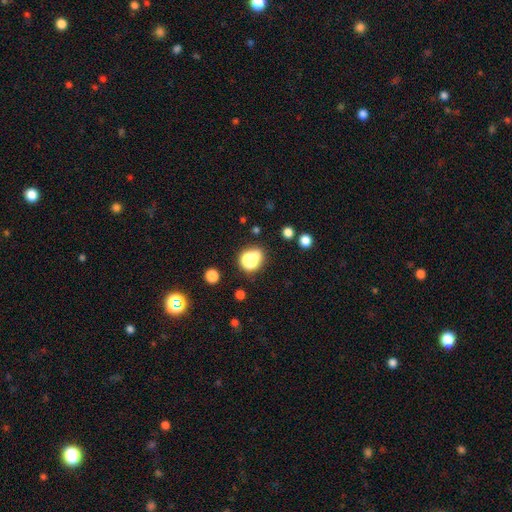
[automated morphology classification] A smooth galaxy with no disk features (58%) that is round (78%).

Vote fractions:
- Smooth or featured? smooth: 58% / star or artifact: 34% / featured or disk: 8%
- How rounded? round: 78% / in between: 21% / cigar-shaped: 1%
- Merging? none: 71% / minor disturbance: 12% / merger: 11% / major disturbance: 7%